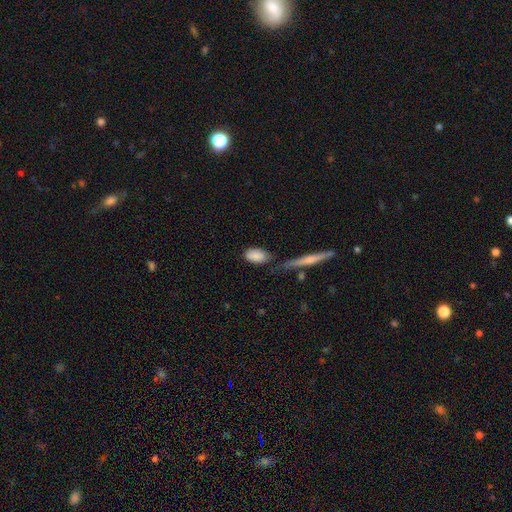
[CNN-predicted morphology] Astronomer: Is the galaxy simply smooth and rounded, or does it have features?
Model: smooth — 84%.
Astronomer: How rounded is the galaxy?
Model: in between — 91%.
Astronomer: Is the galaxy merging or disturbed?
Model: none — 60%.